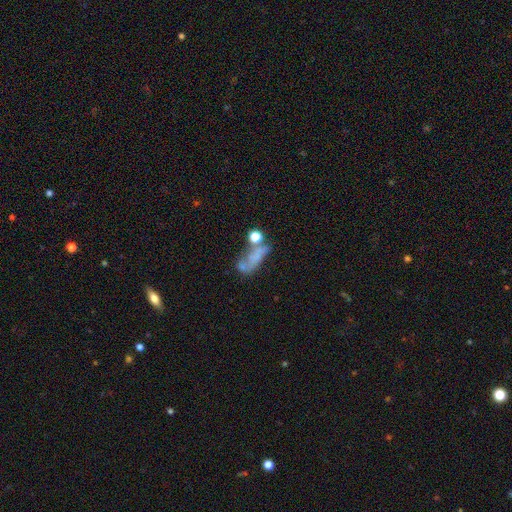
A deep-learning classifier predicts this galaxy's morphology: type=smooth (50%); roundness=in between (62%); merging=merger (31%).